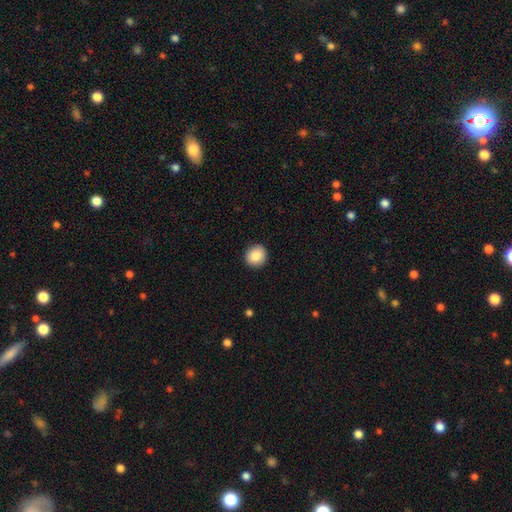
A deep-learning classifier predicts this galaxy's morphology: Smooth or featured? smooth (87%)
How rounded? round (90%)
Merging? none (92%)